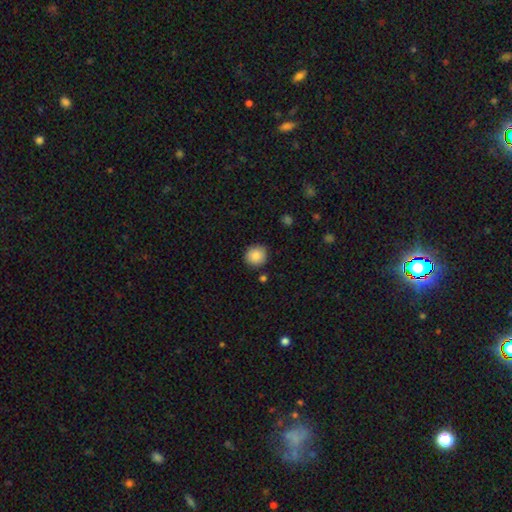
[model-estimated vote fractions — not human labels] smooth-or-featured: smooth: 86% | star or artifact: 8% | featured or disk: 5%
  how-rounded: round: 92% | in between: 8% | cigar-shaped: 1%
  merging: none: 88% | minor disturbance: 8% | merger: 2% | major disturbance: 2%